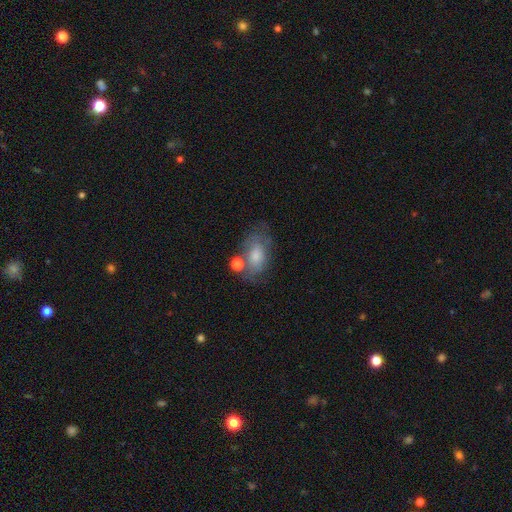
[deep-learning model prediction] Smooth or featured: smooth — 64% (featured or disk — 27%)
How rounded: in between — 85% (round — 13%)
Merging: none — 46% (minor disturbance — 24%)